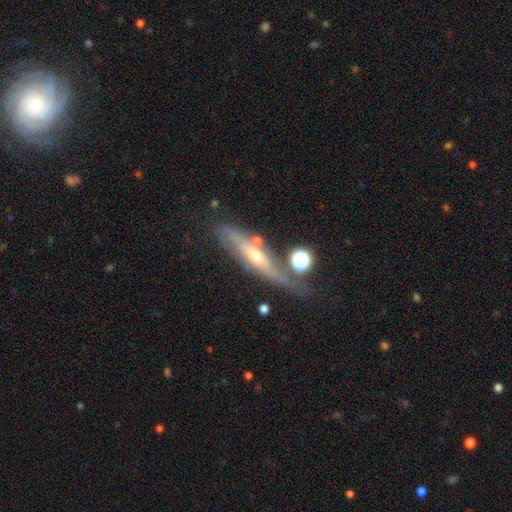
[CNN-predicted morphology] smooth-or-featured: featured or disk: 75% | smooth: 16% | star or artifact: 9%
  disk-edge-on: yes: 83% | no: 17%
    edge-on-bulge: rounded: 82% | none: 13% | boxy: 5%
  merging: none: 63% | minor disturbance: 19% | merger: 10% | major disturbance: 8%